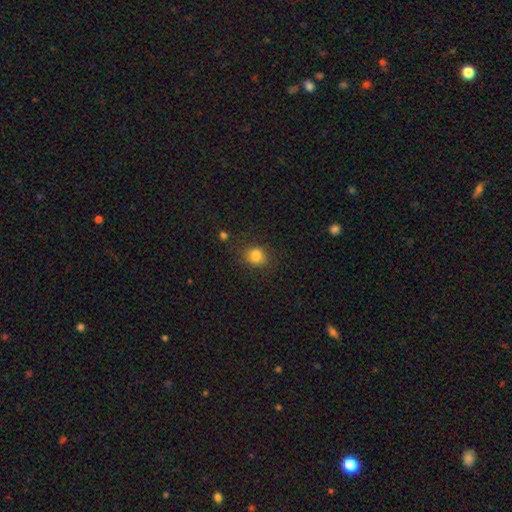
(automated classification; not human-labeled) smooth-or-featured: smooth: 83% | star or artifact: 12% | featured or disk: 5%
  how-rounded: round: 72% | in between: 27% | cigar-shaped: 1%
  merging: none: 80% | minor disturbance: 13% | major disturbance: 5% | merger: 2%